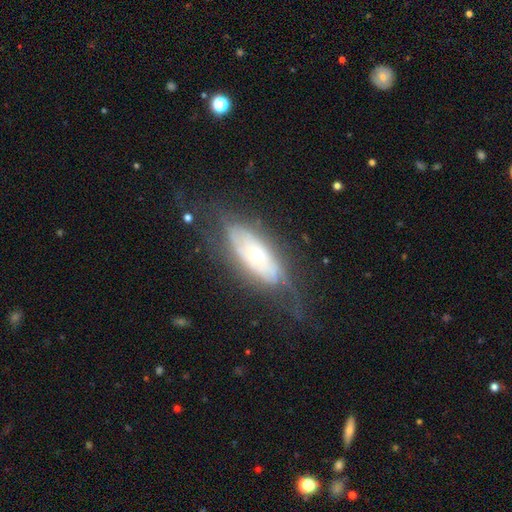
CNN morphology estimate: The model was most divided on "bulge size": small: 60%, moderate: 35%, large: 3%, none: 1%, dominant: 1%. More confident: bar — no (81%); edge-on disk — no (80%); spiral arms — yes (72%); smooth or featured — featured or disk (69%); merging — none (60%).